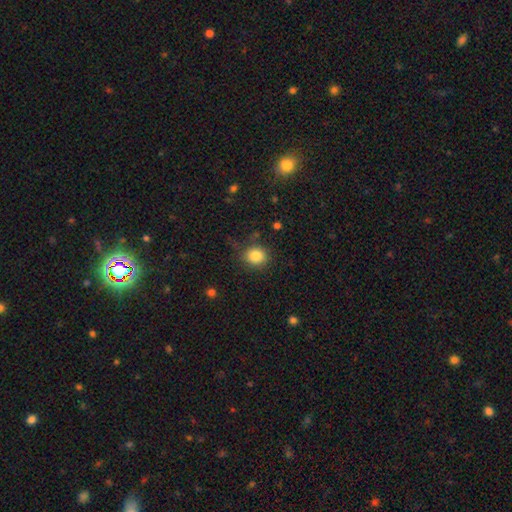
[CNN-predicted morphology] Smooth or featured?
  - smooth: 84% *
  - star or artifact: 10%
  - featured or disk: 5%
How rounded?
  - round: 78% *
  - in between: 21%
  - cigar-shaped: 1%
Merging?
  - none: 82% *
  - minor disturbance: 12%
  - major disturbance: 4%
  - merger: 2%